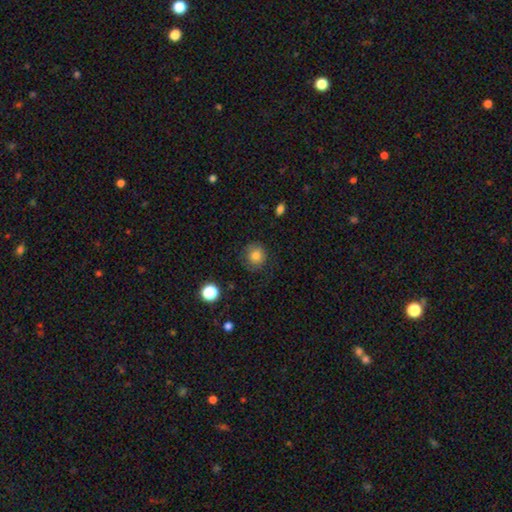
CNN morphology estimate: A smooth galaxy with no disk features (79%) that is round (86%). Merging: none (78%).